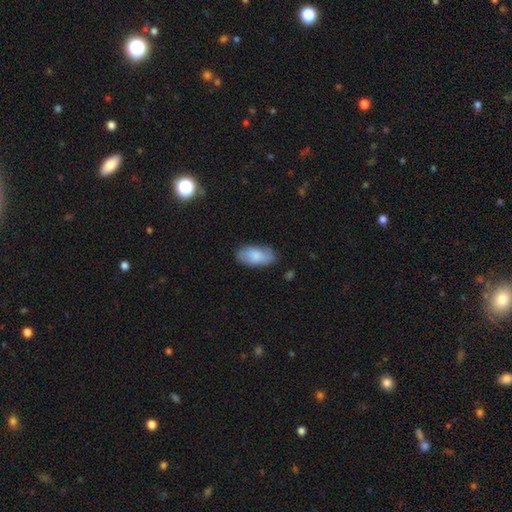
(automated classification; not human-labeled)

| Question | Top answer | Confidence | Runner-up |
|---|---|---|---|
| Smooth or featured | smooth | 79% | featured or disk (15%) |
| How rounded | in between | 93% | cigar-shaped (4%) |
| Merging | none | 77% | minor disturbance (18%) |